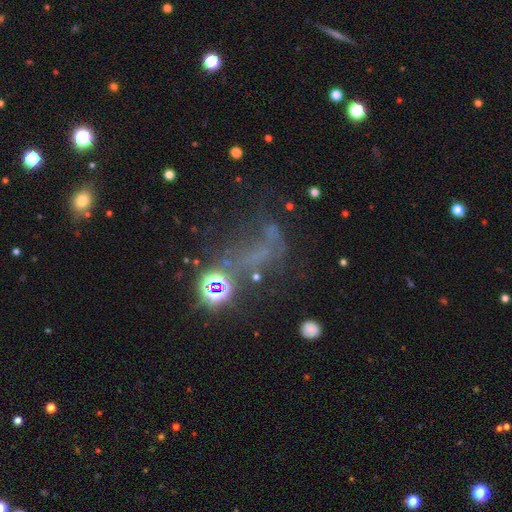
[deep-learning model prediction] Overall: star or artifact (49%; smooth 26%).